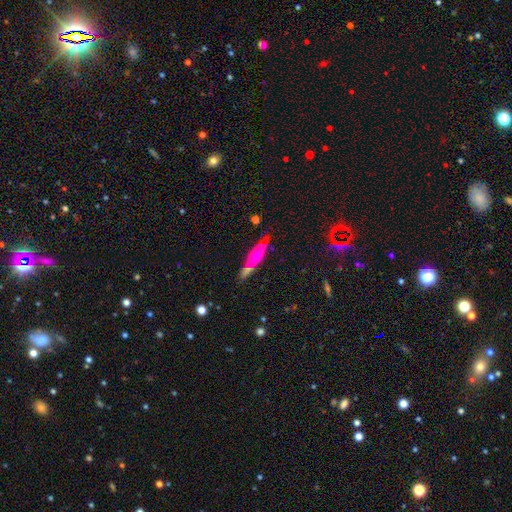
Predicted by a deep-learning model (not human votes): This is possibly a featured or disk galaxy (47%). Merging: likely none (64%).